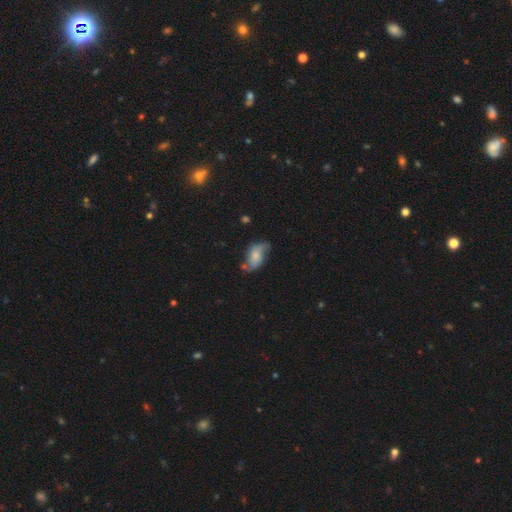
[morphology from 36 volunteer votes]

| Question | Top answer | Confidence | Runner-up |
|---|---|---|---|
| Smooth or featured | featured or disk | 53% | smooth (44%) |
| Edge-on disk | no | 84% | yes (16%) |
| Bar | no | 56% | weak (44%) |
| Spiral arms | yes | 88% | no (12%) |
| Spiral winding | loose | 79% | tight (14%) |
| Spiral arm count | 2 | 93% | 1 (7%) |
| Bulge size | small | 62% | moderate (31%) |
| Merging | none | 46% | minor disturbance (26%) |